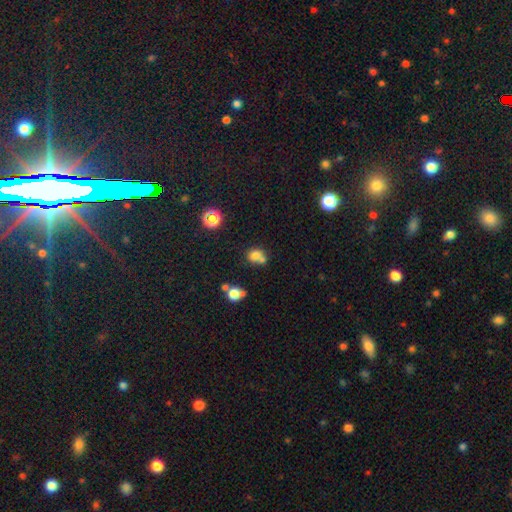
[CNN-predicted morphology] A smooth galaxy with no disk features (74%) that is round (68%).

Vote fractions:
- Smooth or featured? smooth: 74% / star or artifact: 15% / featured or disk: 11%
- How rounded? round: 68% / in between: 31% / cigar-shaped: 1%
- Merging? merger: 44% / none: 41% / minor disturbance: 10% / major disturbance: 5%